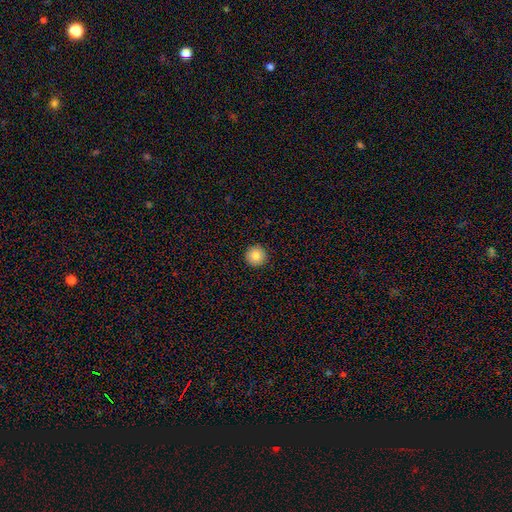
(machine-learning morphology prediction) smooth-or-featured: smooth: 85% | star or artifact: 9% | featured or disk: 5%
  how-rounded: round: 96% | in between: 3% | cigar-shaped: 1%
  merging: none: 93% | minor disturbance: 4% | major disturbance: 1% | merger: 1%